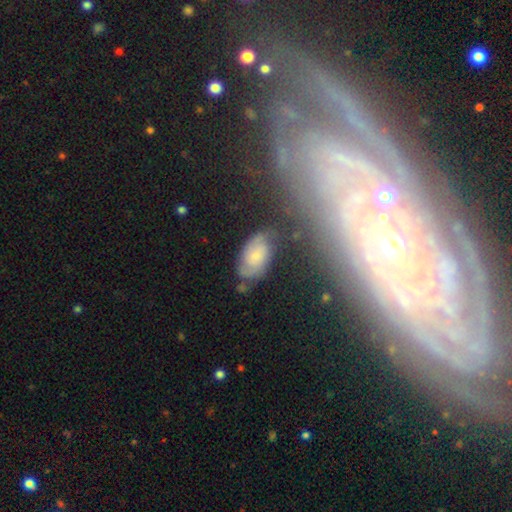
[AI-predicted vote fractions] Smooth or featured: featured or disk — 57% (smooth — 33%)
Edge-on disk: no — 96% (yes — 4%)
Bar: no — 66% (weak — 29%)
Spiral arms: yes — 88% (no — 12%)
Bulge size: small — 54% (moderate — 30%)
Merging: none — 64% (minor disturbance — 23%)